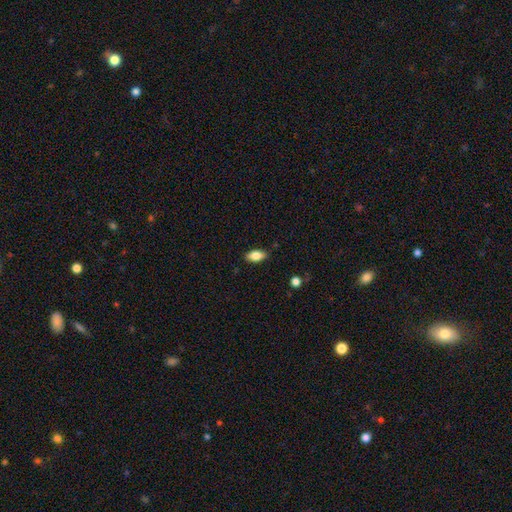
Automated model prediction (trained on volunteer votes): A smooth galaxy with no disk features (82%) that is in between round and cigar-shaped (90%).

Vote fractions:
- Smooth or featured? smooth: 82% / featured or disk: 11% / star or artifact: 8%
- How rounded? in between: 90% / cigar-shaped: 6% / round: 4%
- Merging? none: 87% / minor disturbance: 10% / major disturbance: 2% / merger: 1%